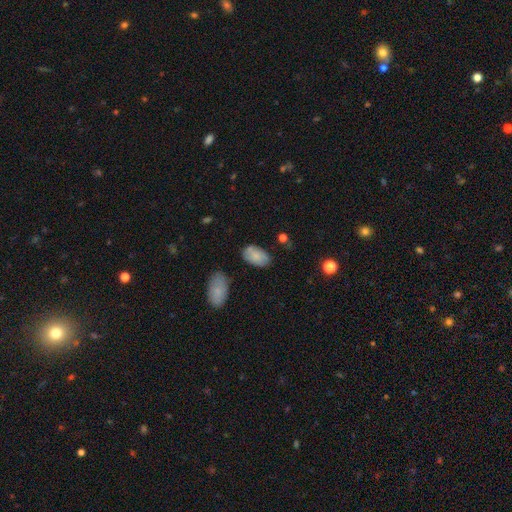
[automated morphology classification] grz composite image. It shows a smooth galaxy with no disk features (75%) that is in between round and cigar-shaped (94%). Merging: none (71%).